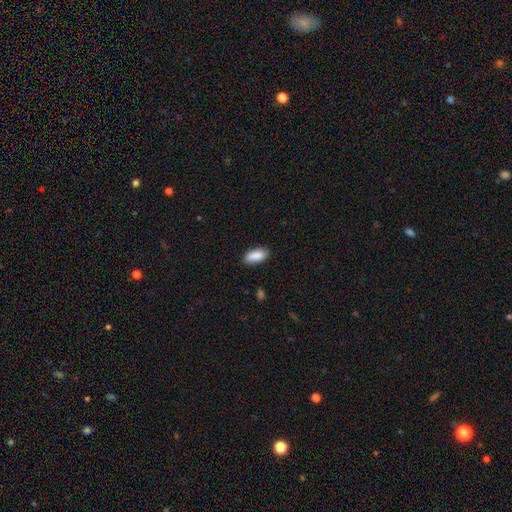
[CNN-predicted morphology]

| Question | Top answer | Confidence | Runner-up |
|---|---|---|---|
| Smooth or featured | smooth | 89% | star or artifact (6%) |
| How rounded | in between | 89% | cigar-shaped (9%) |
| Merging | none | 87% | minor disturbance (10%) |